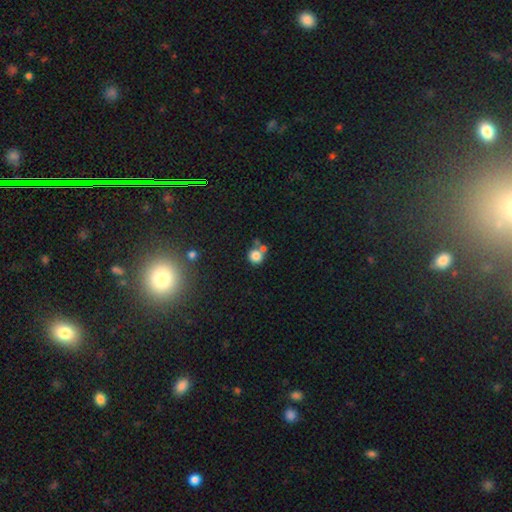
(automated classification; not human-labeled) Overall: smooth (81%). How rounded: round (87%). Merging: none (53%; merger 31%).